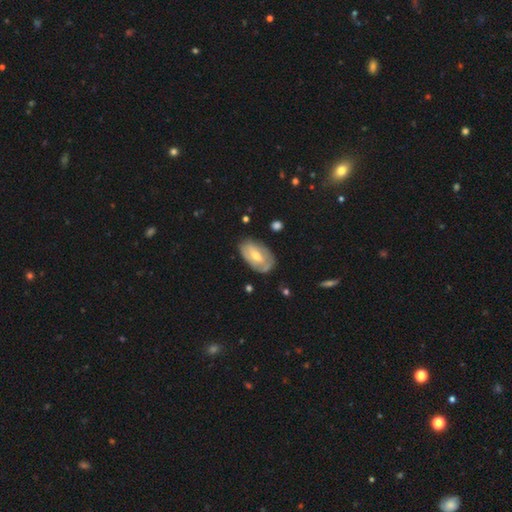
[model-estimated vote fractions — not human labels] smooth_or_featured: featured or disk (p=0.50) [alt: smooth p=0.44]
disk_edge_on: no (p=0.91) [alt: yes p=0.09]
merging: none (p=0.66) [alt: minor disturbance p=0.24]